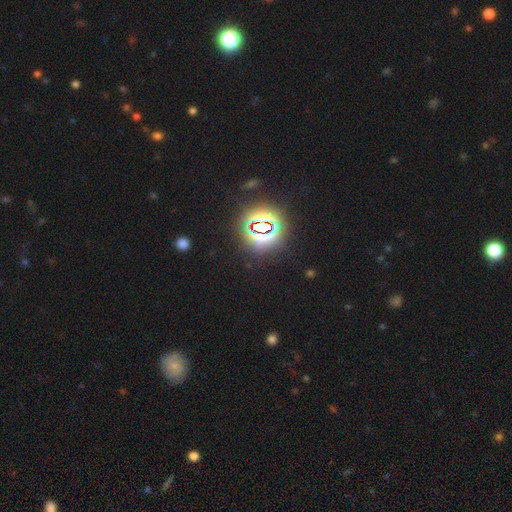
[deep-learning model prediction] Smooth or featured: star or artifact — 76% (smooth — 17%)